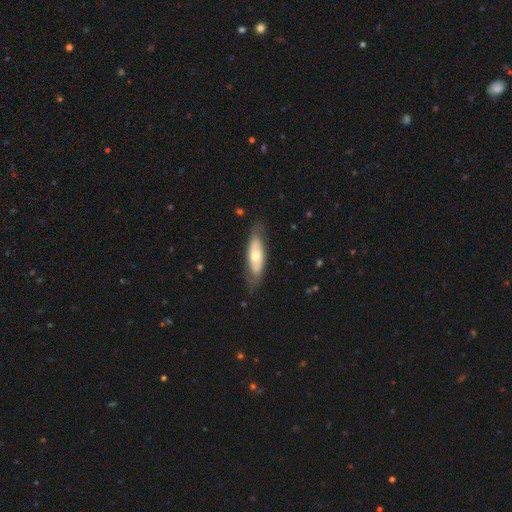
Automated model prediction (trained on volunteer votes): Overall: featured or disk (49%; smooth 46%). Merging: none (72%).